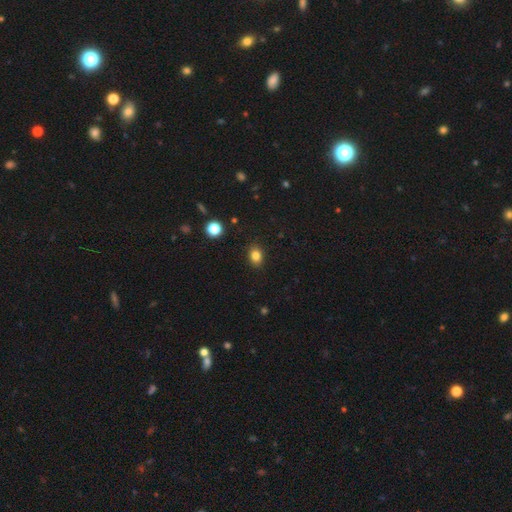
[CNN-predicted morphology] A smooth galaxy with no disk features (83%) that is in between round and cigar-shaped (60%).

Vote fractions:
- Smooth or featured? smooth: 83% / star or artifact: 12% / featured or disk: 6%
- How rounded? in between: 60% / round: 39% / cigar-shaped: 1%
- Merging? none: 89% / minor disturbance: 8% / major disturbance: 2% / merger: 1%